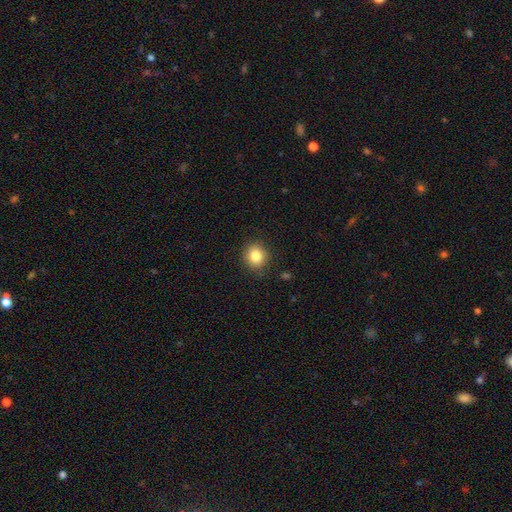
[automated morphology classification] Smooth or featured? Predicted: smooth (p=0.83). How rounded? Predicted: round (p=0.83). Merging? Predicted: none (p=0.87).